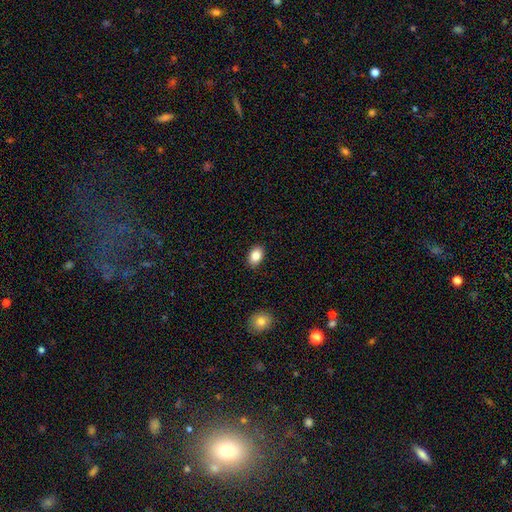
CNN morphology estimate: Smooth or featured? Predicted: smooth (p=0.86). How rounded? Predicted: in between (p=0.83). Merging? Predicted: none (p=0.89).